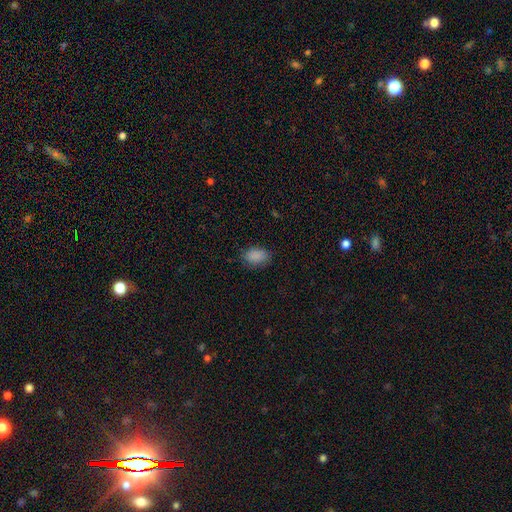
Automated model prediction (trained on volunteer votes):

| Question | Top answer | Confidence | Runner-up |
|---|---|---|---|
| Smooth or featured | smooth | 87% | star or artifact (9%) |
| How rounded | in between | 85% | round (14%) |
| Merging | none | 79% | minor disturbance (16%) |